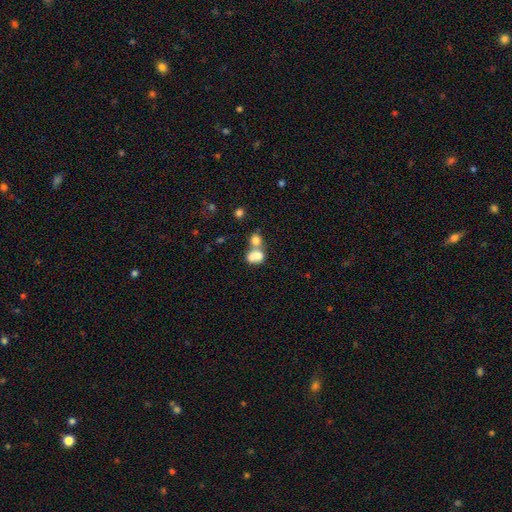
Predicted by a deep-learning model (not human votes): Smooth or featured?
  - smooth: 72% *
  - featured or disk: 18%
  - star or artifact: 10%
How rounded?
  - in between: 56% *
  - round: 42%
  - cigar-shaped: 2%
Merging?
  - merger: 68% *
  - none: 20%
  - minor disturbance: 7%
  - major disturbance: 5%